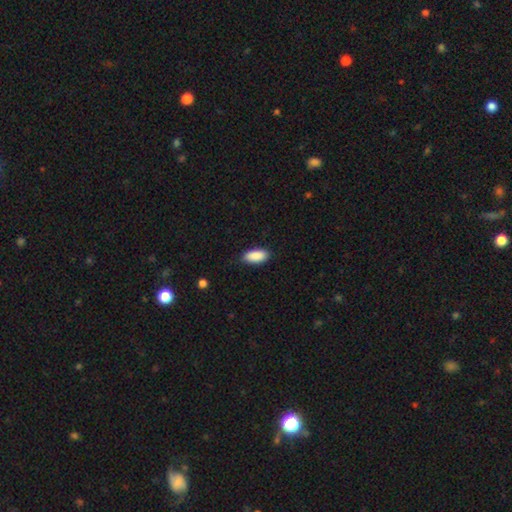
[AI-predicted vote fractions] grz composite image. It shows a smooth galaxy with no disk features (90%) that is in between round and cigar-shaped (89%). Merging: none (87%).